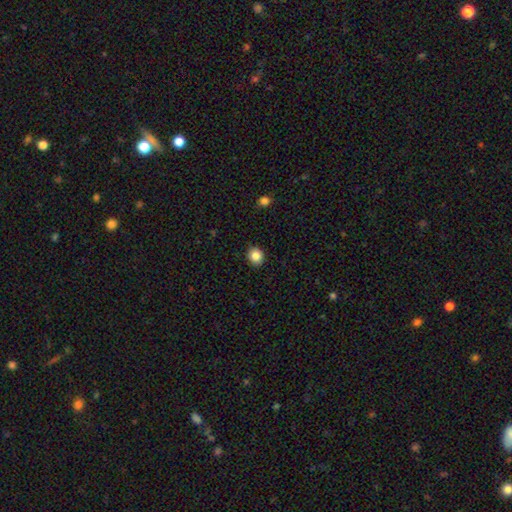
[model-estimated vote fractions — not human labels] smooth 84%, star or artifact 10%, featured or disk 5%. Down the decision tree: how rounded — round (80%); merging — none (91%).